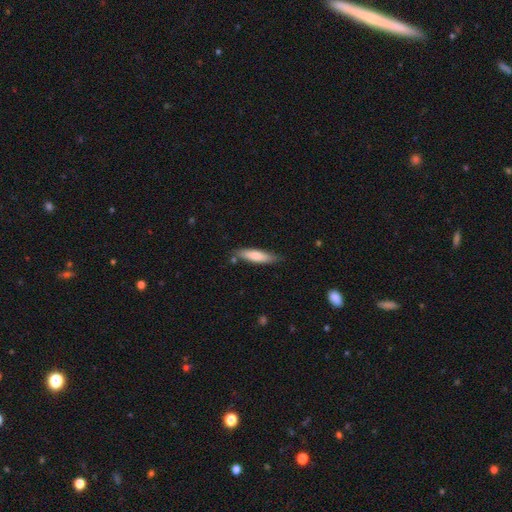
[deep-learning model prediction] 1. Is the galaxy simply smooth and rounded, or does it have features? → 74% smooth, 20% featured or disk, 5% star or artifact.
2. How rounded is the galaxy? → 74% cigar-shaped, 25% in between, 1% round.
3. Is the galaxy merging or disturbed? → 78% none, 15% minor disturbance, 4% merger, 3% major disturbance.